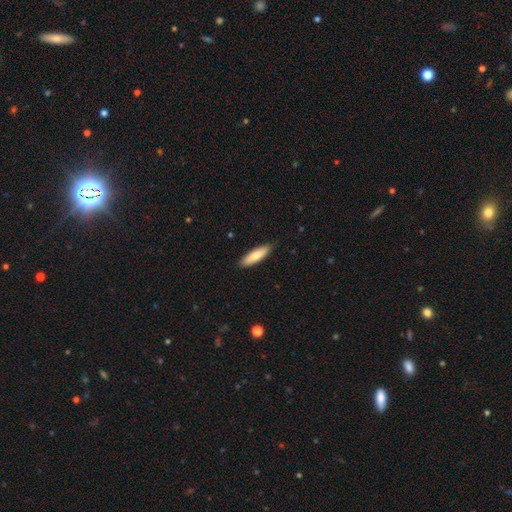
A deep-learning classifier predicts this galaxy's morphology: smooth_or_featured: smooth (p=0.77) [alt: featured or disk p=0.18]
how_rounded: cigar-shaped (p=0.60) [alt: in between p=0.38]
merging: none (p=0.86) [alt: minor disturbance p=0.11]